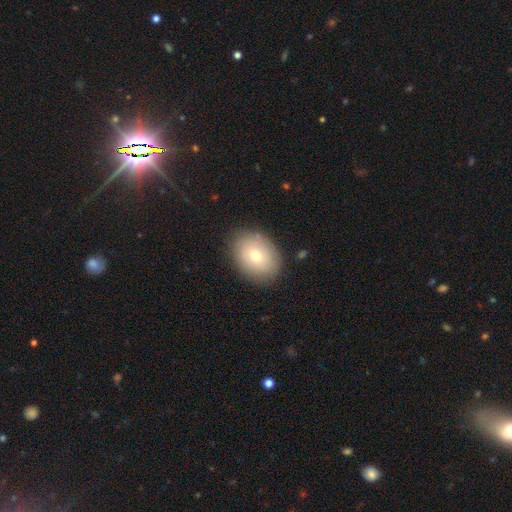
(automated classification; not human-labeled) A smooth galaxy with no disk features (75%) that is in between round and cigar-shaped (68%). Merging: none (84%).